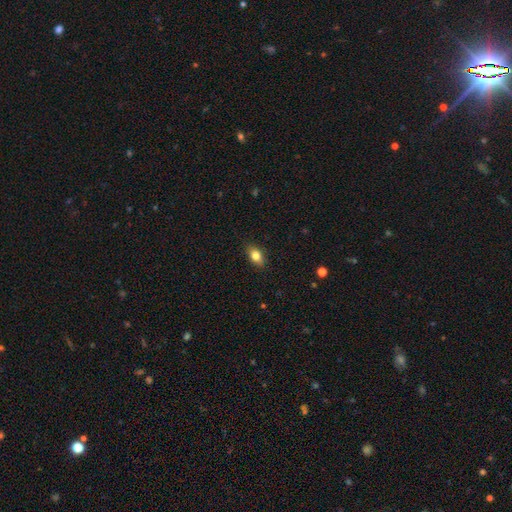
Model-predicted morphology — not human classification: The model was most divided on "smooth or featured": smooth: 80%, featured or disk: 12%, star or artifact: 8%. More confident: merging — none (87%); how rounded — in between (83%).